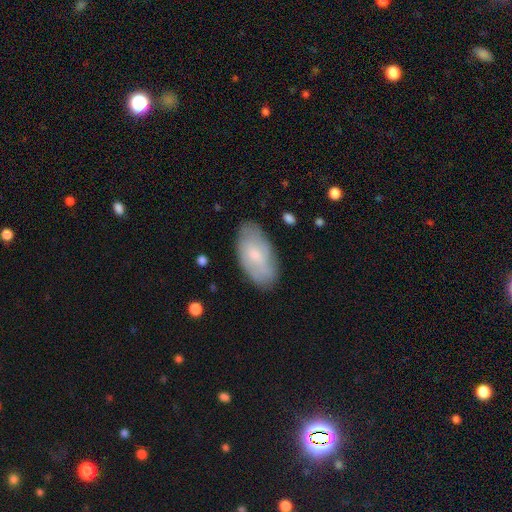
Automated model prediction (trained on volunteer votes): Smooth or featured: smooth — 62% (featured or disk — 32%)
How rounded: in between — 94% (cigar-shaped — 3%)
Merging: none — 80% (minor disturbance — 15%)